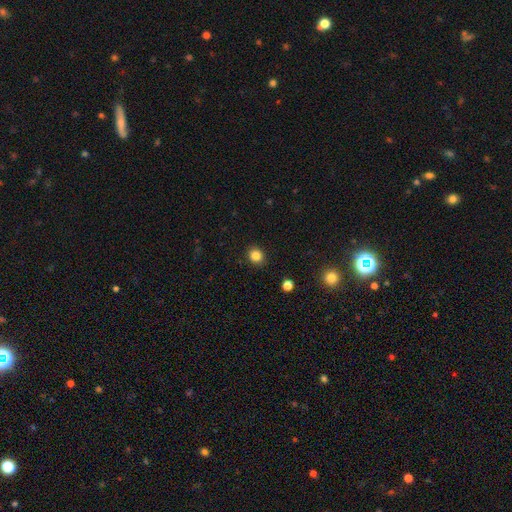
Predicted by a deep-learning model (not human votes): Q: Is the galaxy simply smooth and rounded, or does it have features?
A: smooth — 84%.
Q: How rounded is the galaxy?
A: round — 73%.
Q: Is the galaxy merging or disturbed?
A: none — 90%.